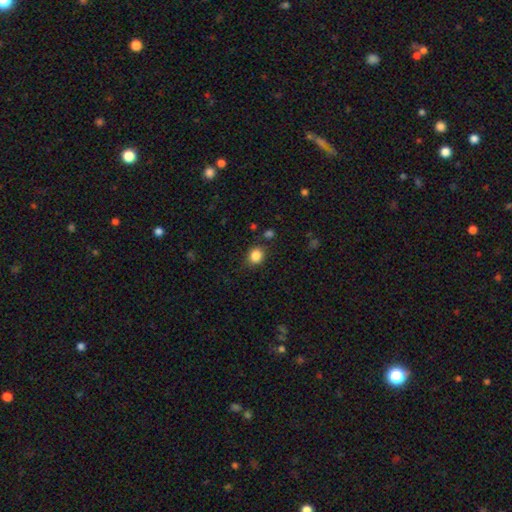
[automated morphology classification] smooth 85%, star or artifact 10%, featured or disk 4%. Down the decision tree: how rounded — round (69%); merging — none (81%).